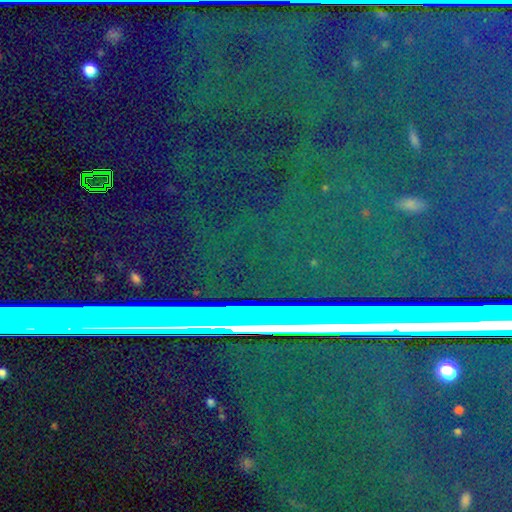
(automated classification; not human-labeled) This is clearly a star or artifact rather than a galaxy (82%).